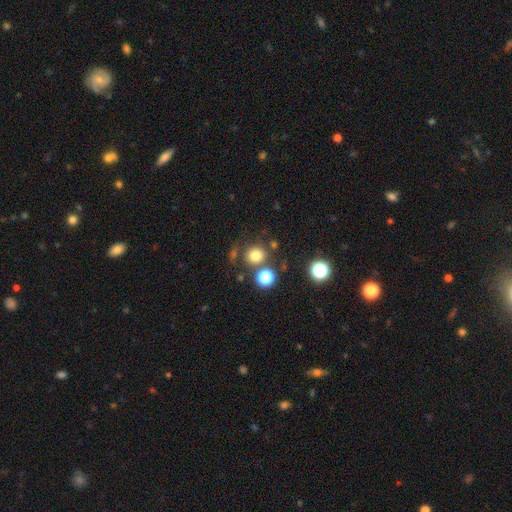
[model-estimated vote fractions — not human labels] A smooth galaxy with no disk features (77%) that is round (86%).

Vote fractions:
- Smooth or featured? smooth: 77% / star or artifact: 16% / featured or disk: 7%
- How rounded? round: 86% / in between: 13% / cigar-shaped: 1%
- Merging? none: 76% / minor disturbance: 10% / merger: 10% / major disturbance: 5%